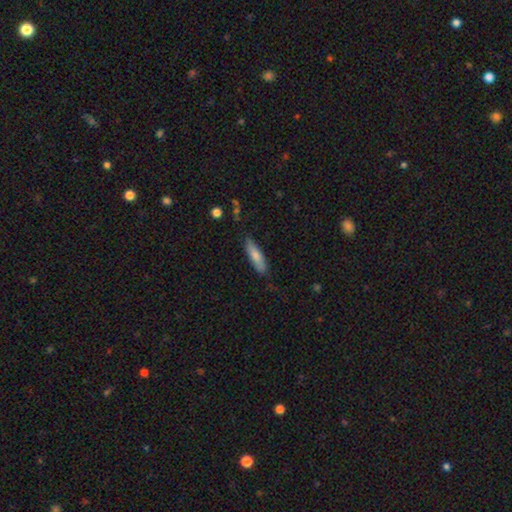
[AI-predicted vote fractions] Smooth or featured? smooth (76%)
How rounded? cigar-shaped (64%)
Merging? none (78%)